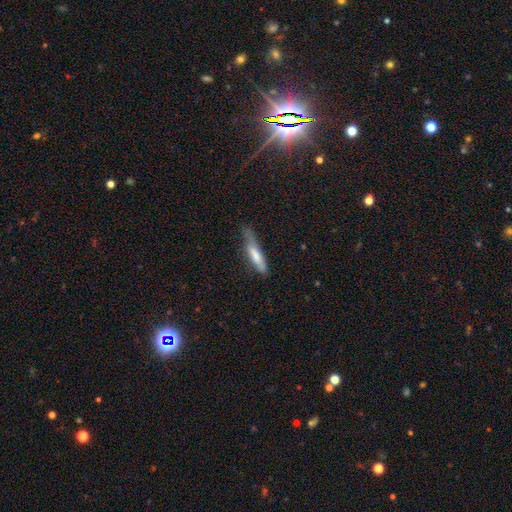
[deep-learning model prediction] Morphology: type=smooth (71%); roundness=cigar-shaped (81%); merging=none (44%).